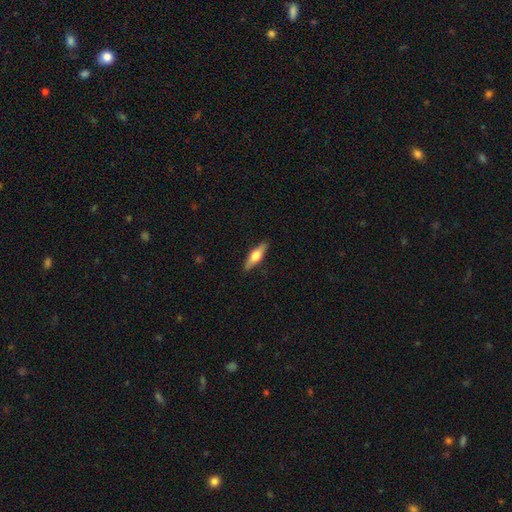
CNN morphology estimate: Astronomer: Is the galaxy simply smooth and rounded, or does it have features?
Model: smooth — 48% (runner-up: featured or disk, 46%).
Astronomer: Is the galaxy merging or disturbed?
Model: none — 89%.